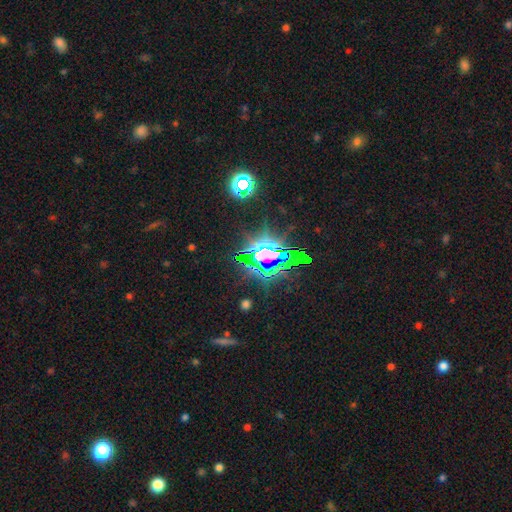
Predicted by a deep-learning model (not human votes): A star or artifact, not a galaxy (80%).

Vote fractions:
- Smooth or featured? star or artifact: 80% / featured or disk: 11% / smooth: 9%